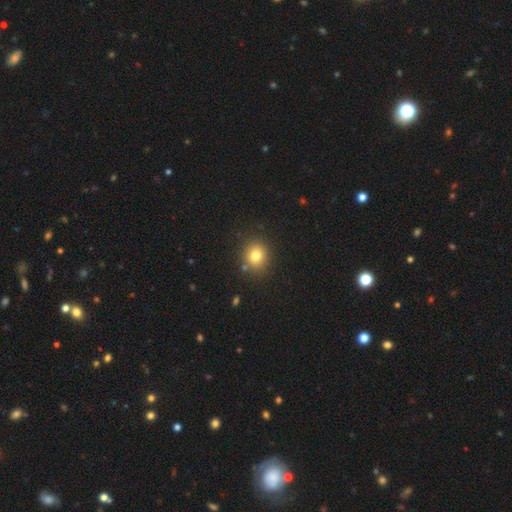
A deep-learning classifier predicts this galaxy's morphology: A smooth galaxy with no disk features (79%) that is round (84%).

Vote fractions:
- Smooth or featured? smooth: 79% / star or artifact: 13% / featured or disk: 8%
- How rounded? round: 84% / in between: 15% / cigar-shaped: 1%
- Merging? none: 85% / minor disturbance: 8% / merger: 4% / major disturbance: 3%